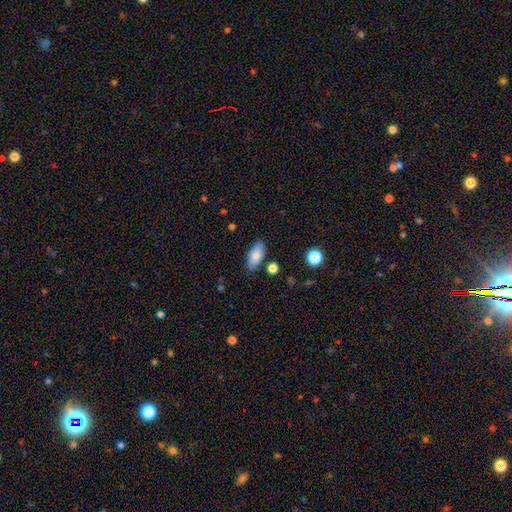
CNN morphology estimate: smooth_or_featured: smooth (p=0.83) [alt: featured or disk p=0.09]
how_rounded: in between (p=0.86) [alt: cigar-shaped p=0.11]
merging: none (p=0.83) [alt: minor disturbance p=0.11]